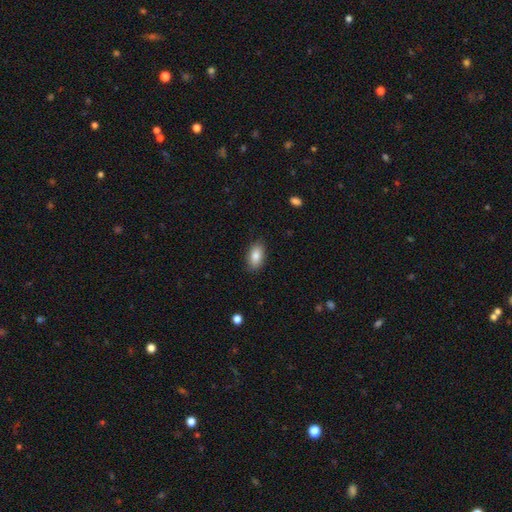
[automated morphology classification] A smooth galaxy with no disk features (85%) that is in between round and cigar-shaped (92%).

Vote fractions:
- Smooth or featured? smooth: 85% / featured or disk: 8% / star or artifact: 7%
- How rounded? in between: 92% / round: 5% / cigar-shaped: 3%
- Merging? none: 86% / minor disturbance: 10% / major disturbance: 2% / merger: 1%